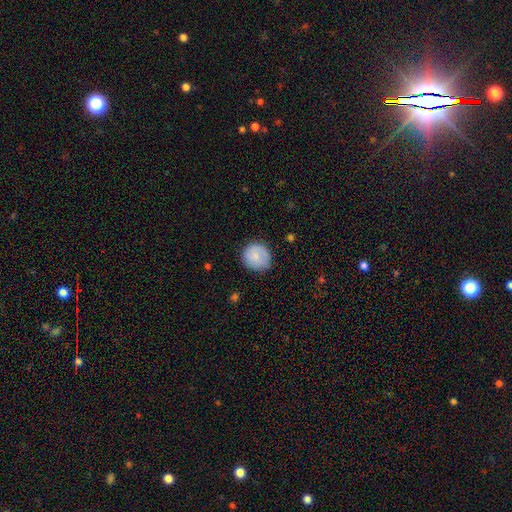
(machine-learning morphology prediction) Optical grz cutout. It shows a smooth galaxy with no disk features (79%) that is round (89%). Merging: none (80%).